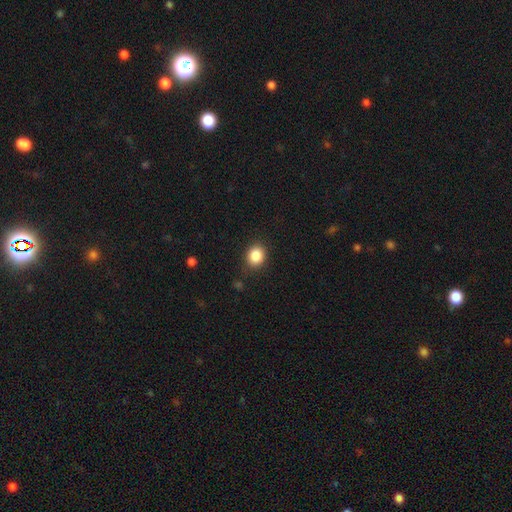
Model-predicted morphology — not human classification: A smooth galaxy with no disk features (86%) that is round (64%). Merging: none (85%).